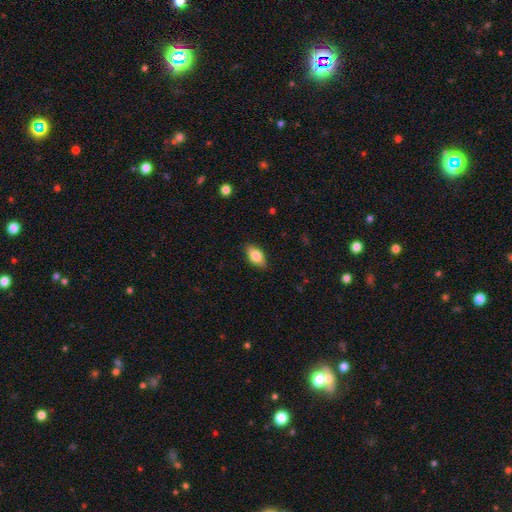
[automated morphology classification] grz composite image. It shows a smooth galaxy with no disk features (83%) that is in between round and cigar-shaped (91%). Merging: none (86%).